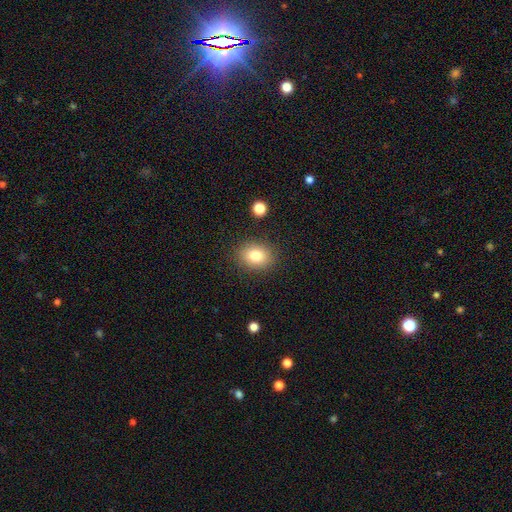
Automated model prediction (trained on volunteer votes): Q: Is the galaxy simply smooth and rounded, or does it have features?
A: smooth — 80%.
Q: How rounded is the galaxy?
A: in between — 50%.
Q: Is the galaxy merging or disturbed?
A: none — 87%.